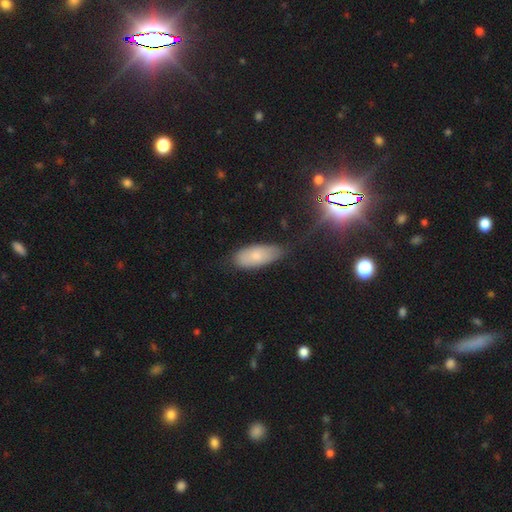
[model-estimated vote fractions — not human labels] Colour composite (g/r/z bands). It shows a smooth galaxy with no disk features (73%) that is in between round and cigar-shaped (86%). Merging: none (72%).